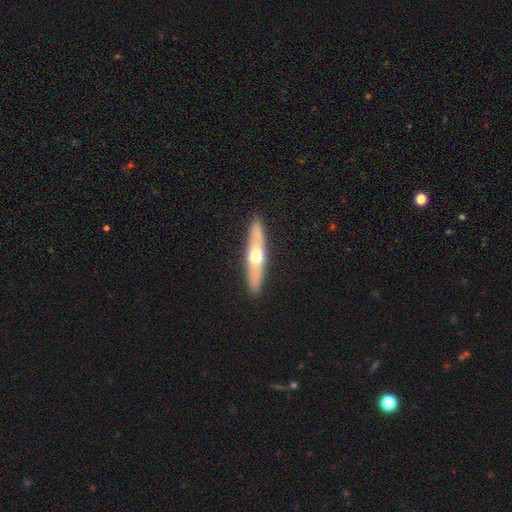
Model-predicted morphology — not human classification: Smooth or featured: featured or disk — 52% (smooth — 43%)
Edge-on disk: yes — 84% (no — 16%)
Merging: none — 90% (minor disturbance — 7%)